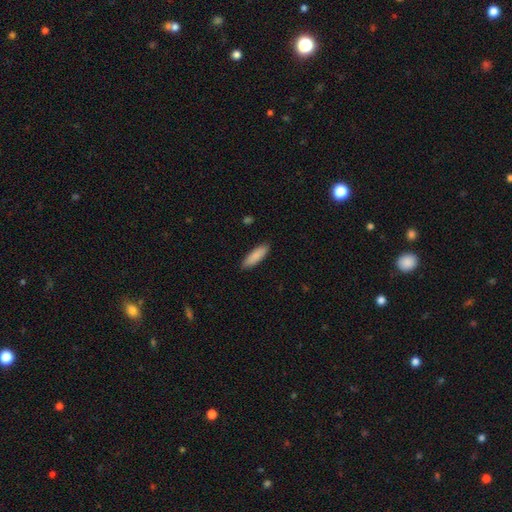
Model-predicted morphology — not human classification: Smooth or featured? Predicted: smooth (p=0.88). How rounded? Predicted: cigar-shaped (p=0.54). Merging? Predicted: none (p=0.86).